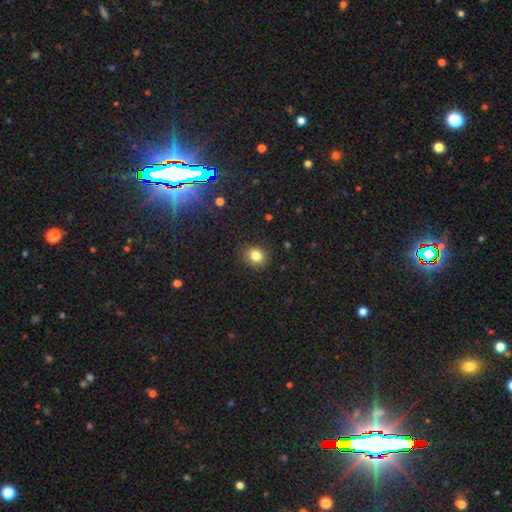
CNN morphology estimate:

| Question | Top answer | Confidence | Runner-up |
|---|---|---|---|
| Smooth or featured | smooth | 83% | star or artifact (12%) |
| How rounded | round | 69% | in between (30%) |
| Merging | none | 85% | minor disturbance (11%) |